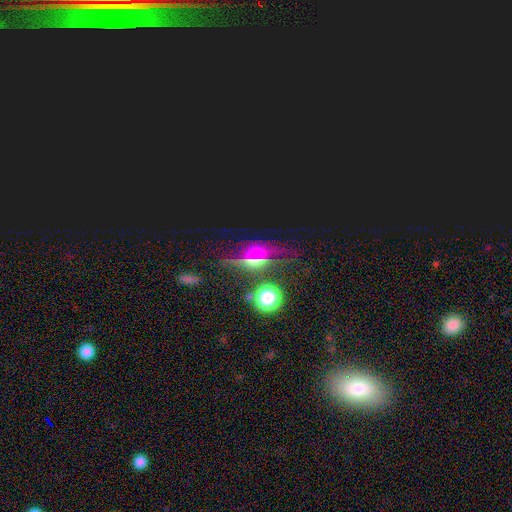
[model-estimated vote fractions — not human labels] This is possibly a star or artifact rather than a galaxy (50%).